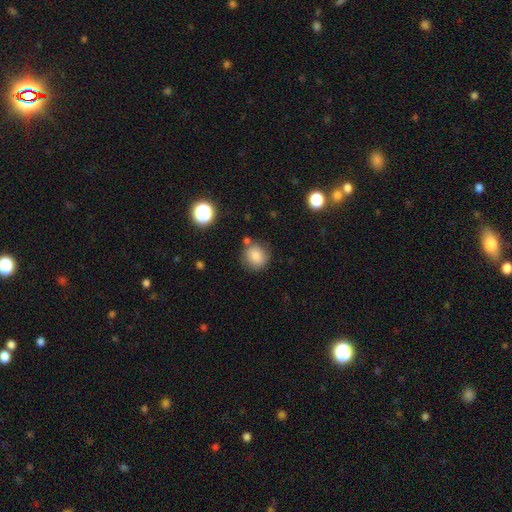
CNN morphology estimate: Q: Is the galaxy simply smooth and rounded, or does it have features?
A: smooth — 80%.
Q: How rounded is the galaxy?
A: round — 84%.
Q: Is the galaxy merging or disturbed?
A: none — 77%.